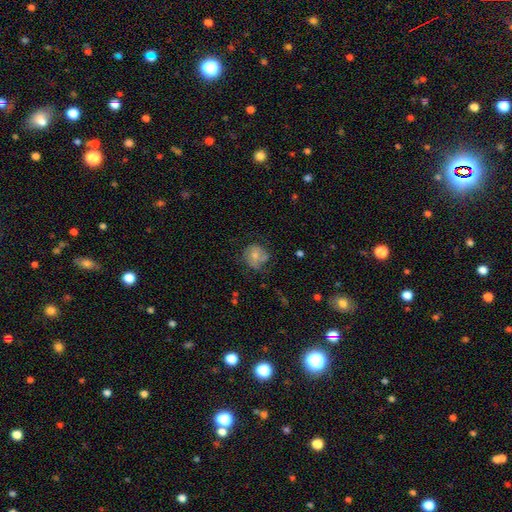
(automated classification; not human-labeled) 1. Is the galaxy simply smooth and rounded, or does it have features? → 57% smooth, 34% featured or disk, 9% star or artifact.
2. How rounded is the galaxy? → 76% round, 23% in between, 1% cigar-shaped.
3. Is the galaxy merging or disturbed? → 56% none, 28% minor disturbance, 12% major disturbance, 4% merger.